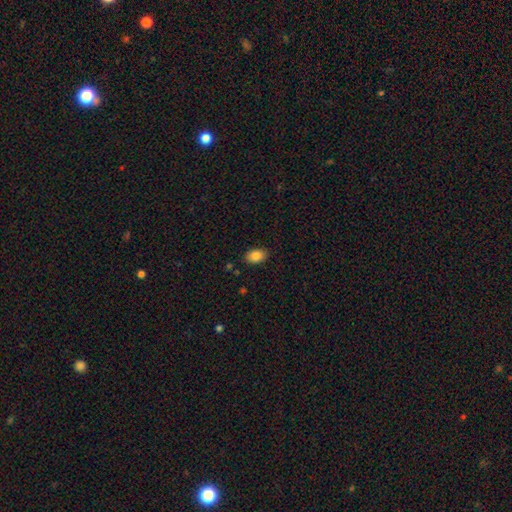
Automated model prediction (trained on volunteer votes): Smooth or featured?
  - smooth: 85% *
  - star or artifact: 8%
  - featured or disk: 7%
How rounded?
  - in between: 88% *
  - round: 11%
  - cigar-shaped: 1%
Merging?
  - none: 87% *
  - minor disturbance: 10%
  - major disturbance: 2%
  - merger: 1%